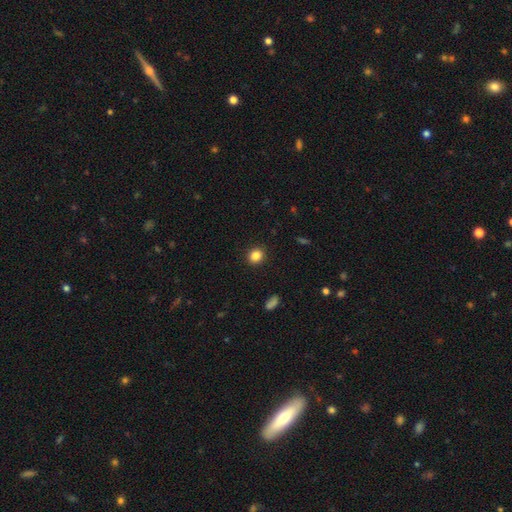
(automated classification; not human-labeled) The model was most divided on "how rounded": round: 83%, in between: 16%, cigar-shaped: 1%. More confident: merging — none (92%); smooth or featured — smooth (85%).